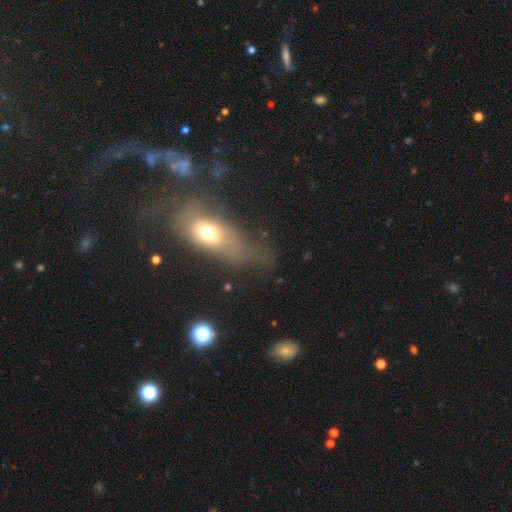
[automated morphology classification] This is possibly a smooth galaxy (49%). Merging: marginally major disturbance (36%).